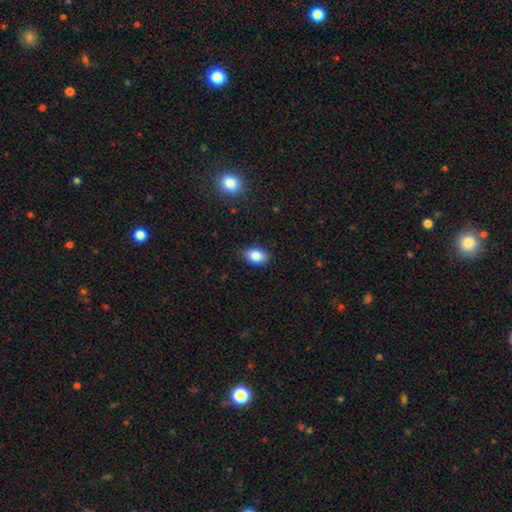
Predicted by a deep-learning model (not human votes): Smooth or featured?
  - smooth: 85% *
  - star or artifact: 8%
  - featured or disk: 7%
How rounded?
  - in between: 88% *
  - round: 11%
  - cigar-shaped: 1%
Merging?
  - none: 87% *
  - minor disturbance: 10%
  - major disturbance: 2%
  - merger: 1%